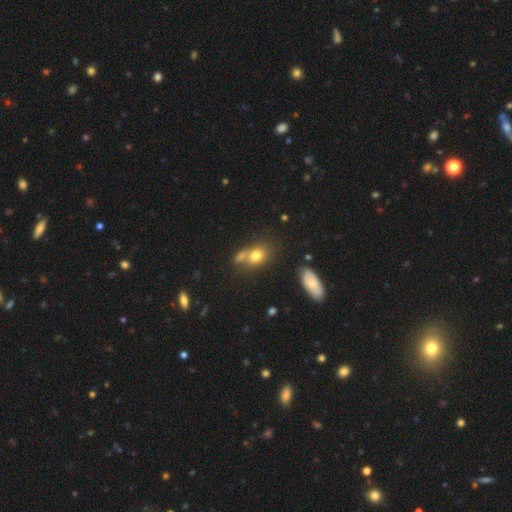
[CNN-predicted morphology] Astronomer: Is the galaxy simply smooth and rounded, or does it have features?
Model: smooth — 74%.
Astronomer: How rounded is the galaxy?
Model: in between — 61% (runner-up: round, 37%).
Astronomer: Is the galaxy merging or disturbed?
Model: none — 48% (runner-up: merger, 32%).